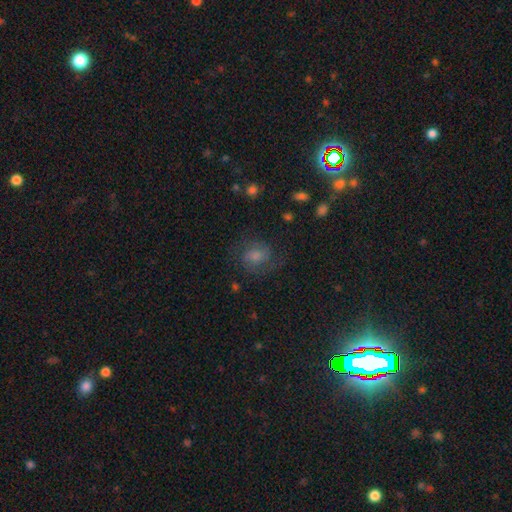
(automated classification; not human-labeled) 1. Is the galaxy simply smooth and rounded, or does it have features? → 50% featured or disk, 26% star or artifact, 24% smooth.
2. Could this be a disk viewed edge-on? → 97% no, 3% yes.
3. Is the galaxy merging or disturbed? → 74% none, 15% minor disturbance, 10% major disturbance, 2% merger.